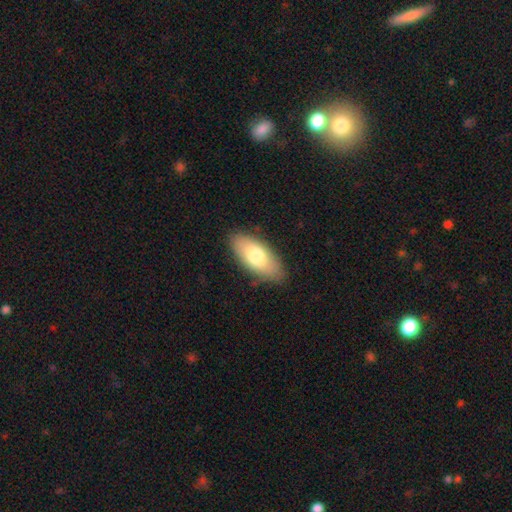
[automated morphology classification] A smooth galaxy with no disk features (76%) that is in between round and cigar-shaped (89%).

Vote fractions:
- Smooth or featured? smooth: 76% / featured or disk: 18% / star or artifact: 6%
- How rounded? in between: 89% / cigar-shaped: 9% / round: 2%
- Merging? none: 84% / minor disturbance: 12% / major disturbance: 3% / merger: 1%